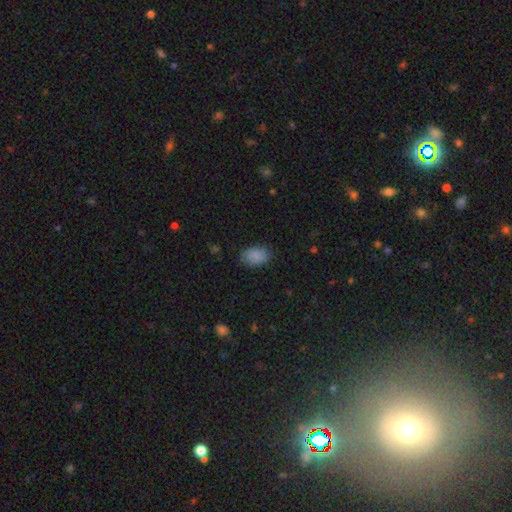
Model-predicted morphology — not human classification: A smooth galaxy with no disk features (87%) that is in between round and cigar-shaped (90%). Merging: none (80%).